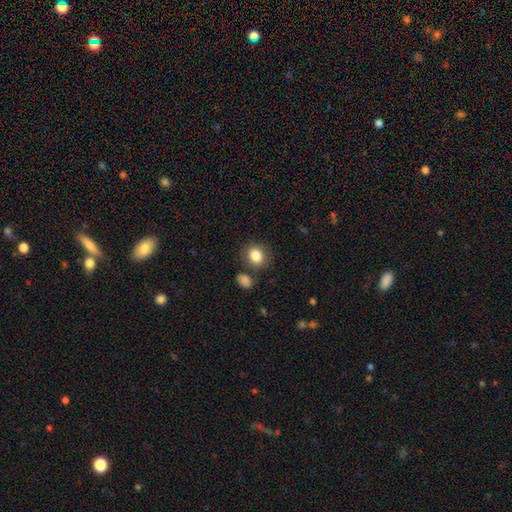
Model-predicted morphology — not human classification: type=smooth (84%); roundness=round (63%); merging=none (77%).